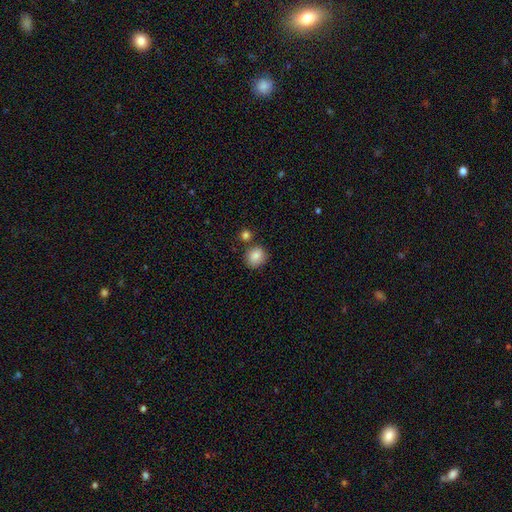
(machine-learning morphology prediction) This is clearly a smooth galaxy (86%). How rounded: clearly round (81%). Merging: likely none (76%).